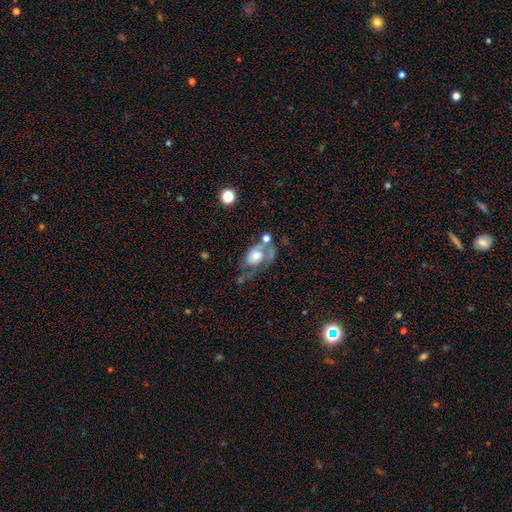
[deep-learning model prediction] smooth-or-featured: featured or disk: 54% | smooth: 37% | star or artifact: 9%
  disk-edge-on: no: 94% | yes: 6%
    bar: no: 80% | weak: 16% | strong: 4%
    has-spiral-arms: yes: 58% | no: 42%
    bulge-size: moderate: 39% | large: 37% | small: 14% | none: 5% | dominant: 5%
  merging: major disturbance: 34% | none: 26% | minor disturbance: 21% | merger: 19%